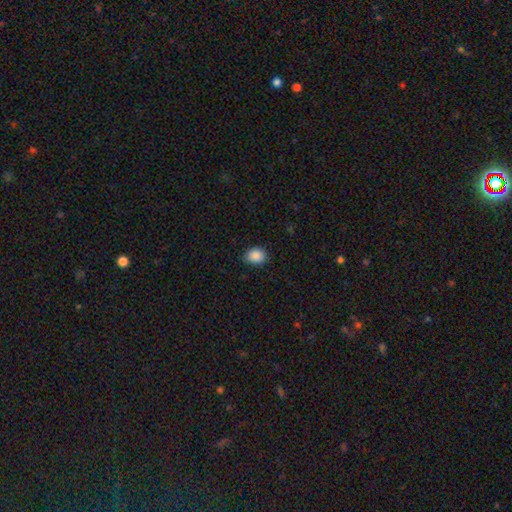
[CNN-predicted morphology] Smooth or featured?
  - smooth: 88% *
  - star or artifact: 9%
  - featured or disk: 3%
How rounded?
  - in between: 51% *
  - round: 48%
  - cigar-shaped: 1%
Merging?
  - none: 80% *
  - minor disturbance: 16%
  - major disturbance: 3%
  - merger: 1%